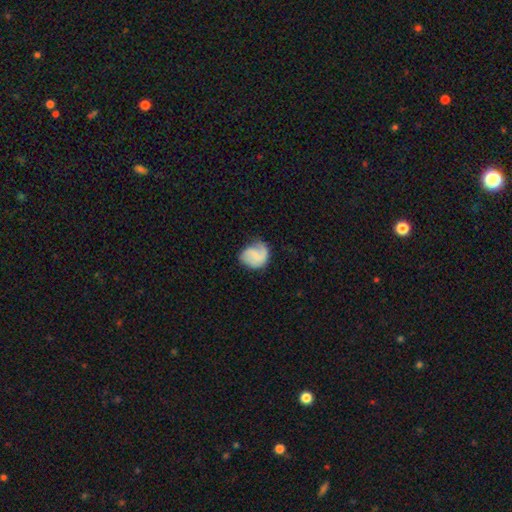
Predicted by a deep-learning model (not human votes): Smooth or featured?
  - featured or disk: 48% *
  - smooth: 45%
  - star or artifact: 7%
Merging?
  - none: 56% *
  - minor disturbance: 29%
  - major disturbance: 14%
  - merger: 2%